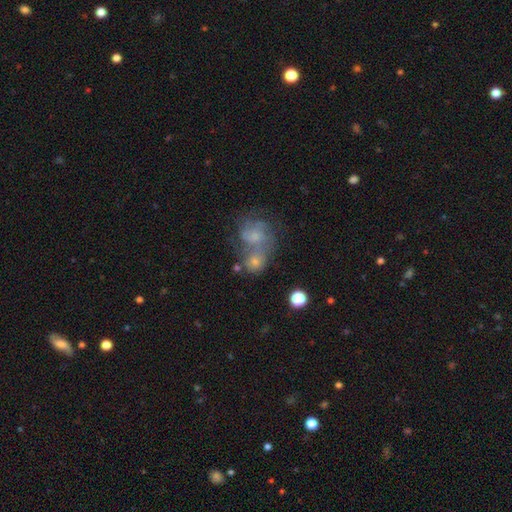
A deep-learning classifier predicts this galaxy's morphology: smooth_or_featured: featured or disk (p=0.59) [alt: smooth p=0.25]
disk_edge_on: no (p=0.97) [alt: yes p=0.03]
bar: no (p=0.61) [alt: weak p=0.33]
has_spiral_arms: yes (p=0.84) [alt: no p=0.16]
bulge_size: small (p=0.60) [alt: moderate p=0.27]
merging: merger (p=0.44) [alt: none p=0.37]